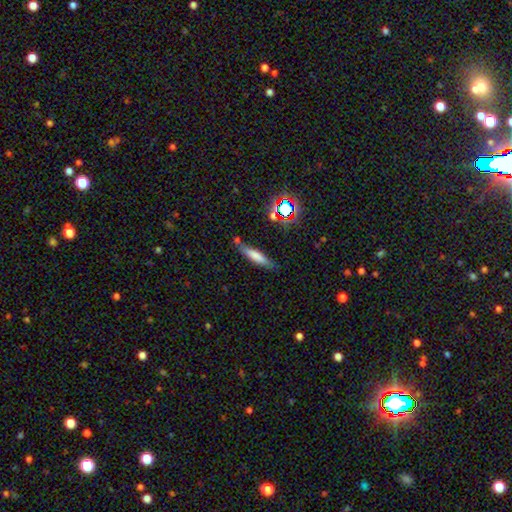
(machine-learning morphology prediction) Smooth or featured? smooth (68%)
How rounded? cigar-shaped (83%)
Merging? none (73%)